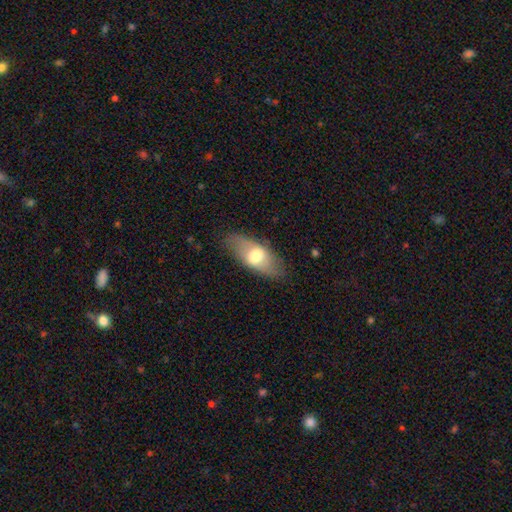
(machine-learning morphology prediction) The model was most divided on "smooth or featured": smooth: 60%, featured or disk: 33%, star or artifact: 6%. More confident: merging — none (82%); how rounded — in between (82%).